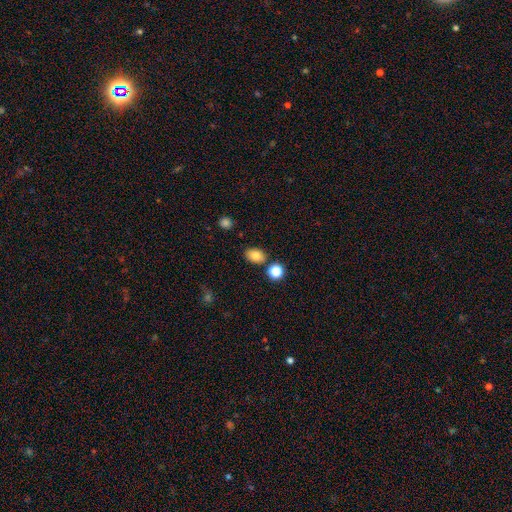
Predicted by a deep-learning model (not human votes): Q: Smooth or featured?
A: smooth (82%); runner-up: star or artifact (11%)
Q: How rounded?
A: in between (79%); runner-up: round (20%)
Q: Merging?
A: none (80%); runner-up: minor disturbance (10%)